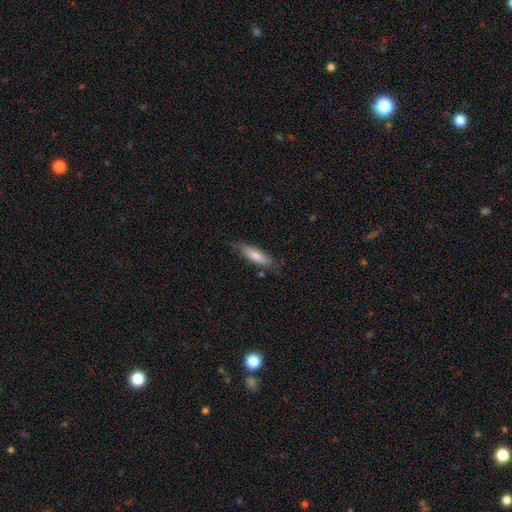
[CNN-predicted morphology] This appears to be a smooth galaxy with no disk features (74%) that is cigar-shaped (57%). Merging: none (74%).